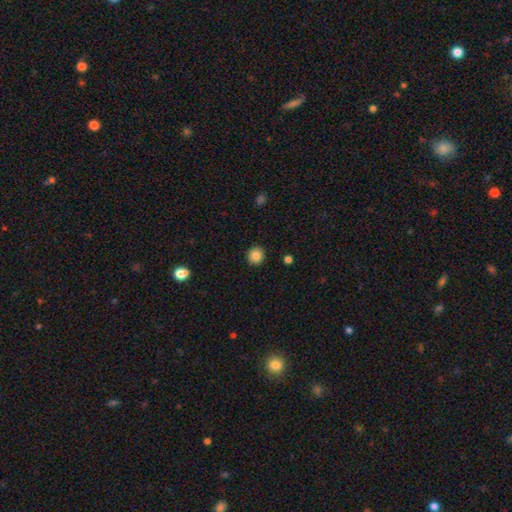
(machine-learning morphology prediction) Overall: smooth (85%). How rounded: round (91%). Merging: none (92%).